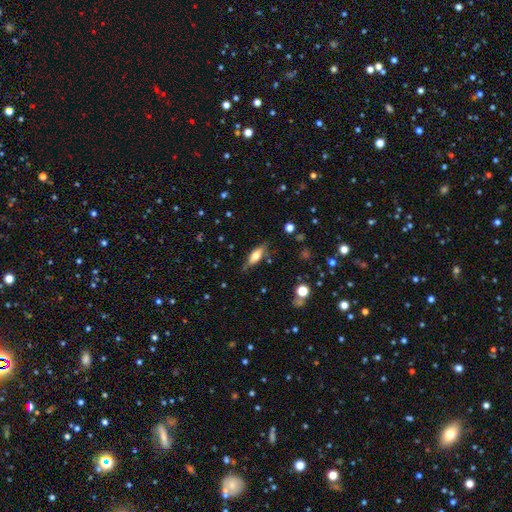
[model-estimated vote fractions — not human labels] smooth_or_featured: smooth (p=0.65) [alt: featured or disk p=0.27]
how_rounded: in between (p=0.68) [alt: cigar-shaped p=0.30]
merging: none (p=0.73) [alt: minor disturbance p=0.20]